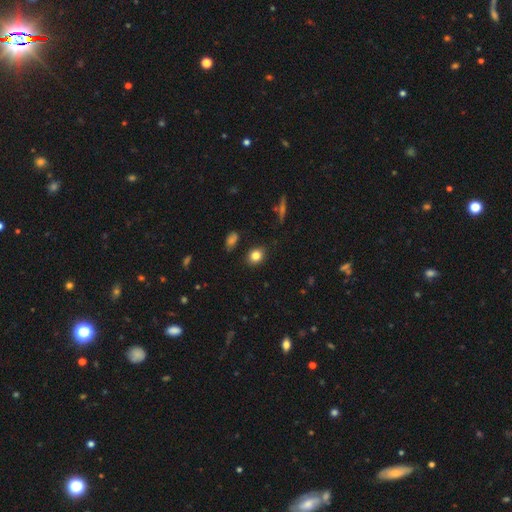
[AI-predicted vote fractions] This is clearly a smooth galaxy (82%). How rounded: possibly round (56%). Merging: clearly none (85%).